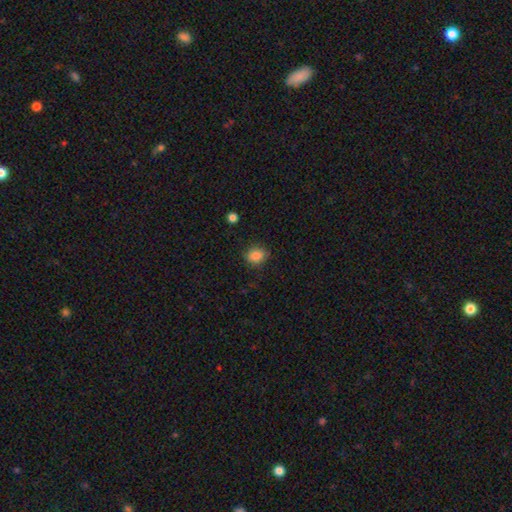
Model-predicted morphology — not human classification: The model was most divided on "how rounded": round: 53%, in between: 46%, cigar-shaped: 1%. More confident: smooth or featured — smooth (86%); merging — none (83%).